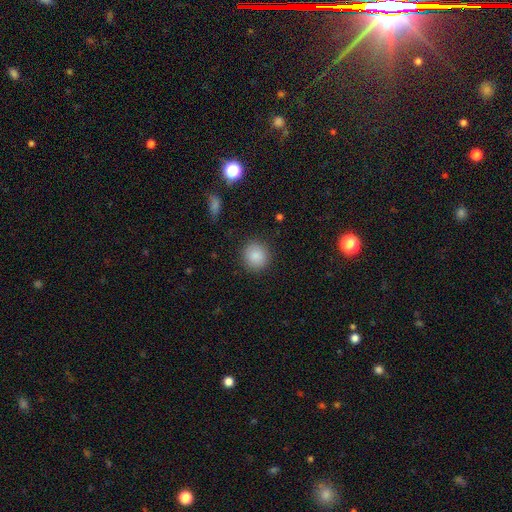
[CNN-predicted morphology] Smooth or featured: smooth — 87% (star or artifact — 8%)
How rounded: round — 89% (in between — 10%)
Merging: none — 88% (minor disturbance — 8%)